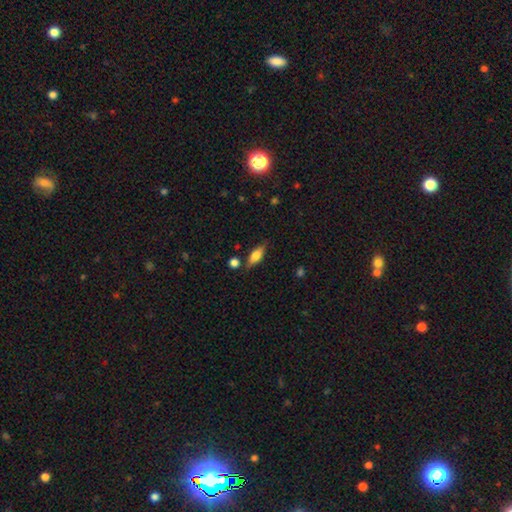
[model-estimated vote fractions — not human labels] Smooth or featured? smooth (66%)
How rounded? in between (71%)
Merging? none (76%)